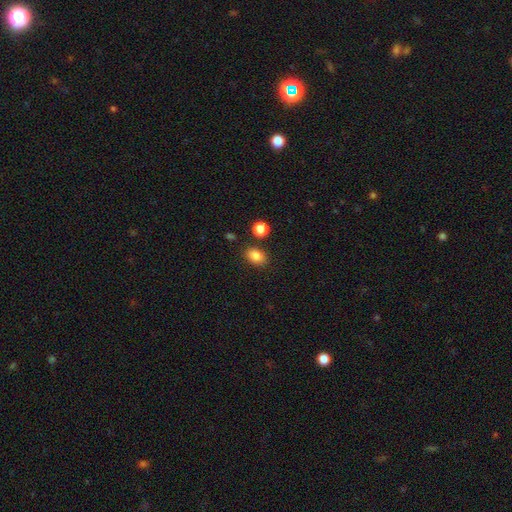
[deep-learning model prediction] A smooth galaxy with no disk features (84%) that is in between round and cigar-shaped (69%).

Vote fractions:
- Smooth or featured? smooth: 84% / star or artifact: 10% / featured or disk: 6%
- How rounded? in between: 69% / round: 30% / cigar-shaped: 1%
- Merging? none: 82% / minor disturbance: 10% / merger: 5% / major disturbance: 3%